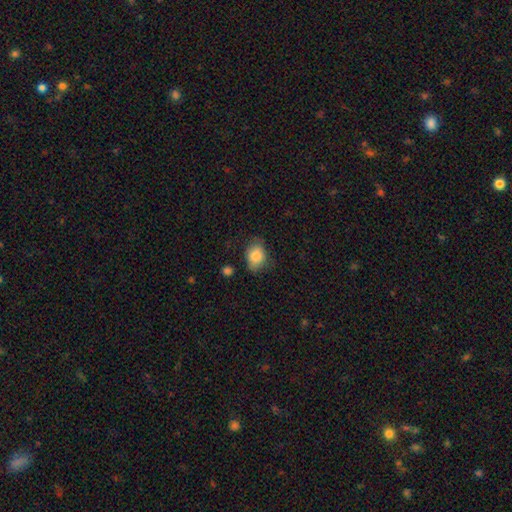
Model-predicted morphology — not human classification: Overall: smooth (84%). How rounded: in between (70%). Merging: none (72%).